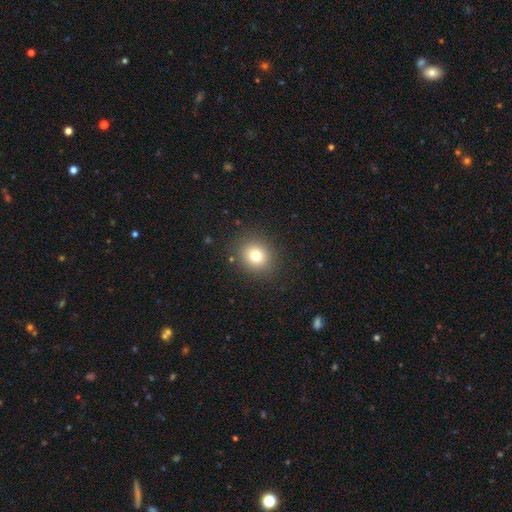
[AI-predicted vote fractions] Smooth or featured?
  - smooth: 77% *
  - star or artifact: 13%
  - featured or disk: 10%
How rounded?
  - round: 80% *
  - in between: 19%
  - cigar-shaped: 1%
Merging?
  - none: 88% *
  - minor disturbance: 8%
  - major disturbance: 3%
  - merger: 1%